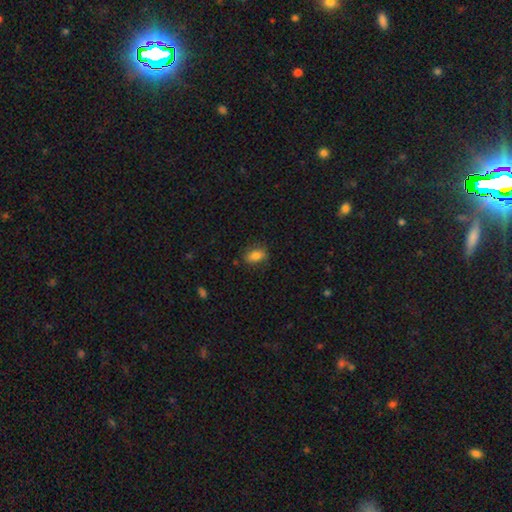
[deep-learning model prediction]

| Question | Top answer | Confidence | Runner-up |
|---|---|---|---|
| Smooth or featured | smooth | 79% | featured or disk (11%) |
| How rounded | in between | 81% | round (14%) |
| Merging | none | 80% | minor disturbance (15%) |